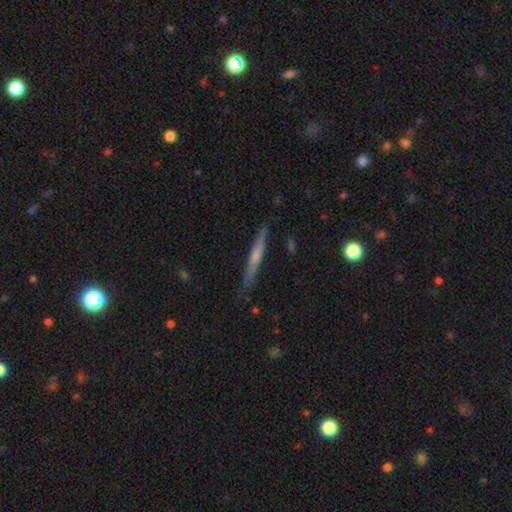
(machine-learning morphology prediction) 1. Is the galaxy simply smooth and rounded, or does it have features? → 52% featured or disk, 42% smooth, 6% star or artifact.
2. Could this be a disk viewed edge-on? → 96% yes, 4% no.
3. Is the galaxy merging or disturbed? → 85% none, 12% minor disturbance, 2% major disturbance, 1% merger.